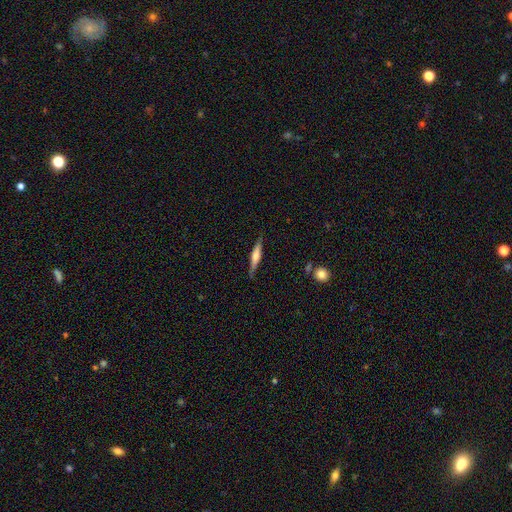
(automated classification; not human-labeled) Smooth or featured? featured or disk (53%)
Edge-on disk? yes (96%)
Edge-on bulge? rounded (63%)
Merging? none (84%)